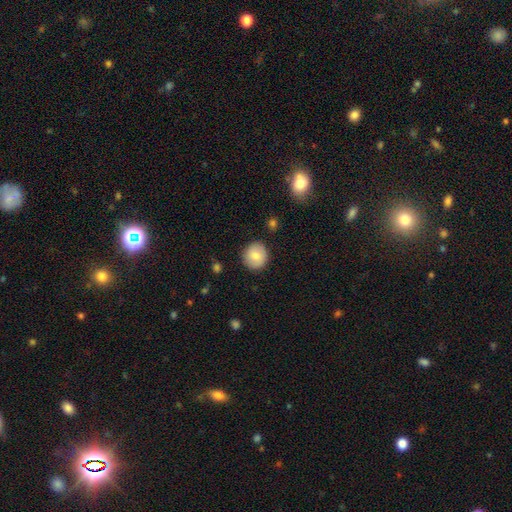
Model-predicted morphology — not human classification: smooth-or-featured: smooth: 79% | featured or disk: 13% | star or artifact: 8%
  how-rounded: round: 89% | in between: 10% | cigar-shaped: 1%
  merging: none: 88% | minor disturbance: 8% | major disturbance: 2% | merger: 1%